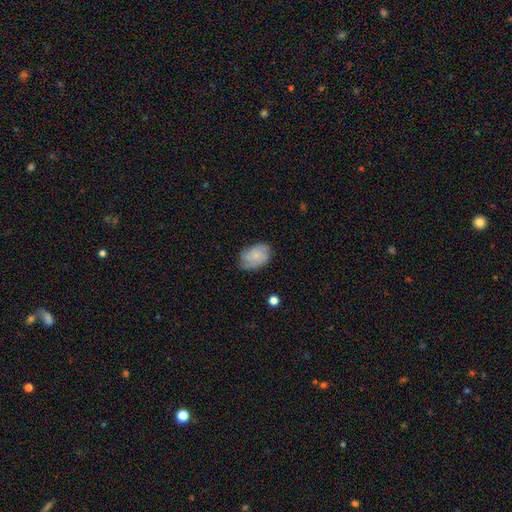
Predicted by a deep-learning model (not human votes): Morphology: type=smooth (54%); roundness=in between (84%); merging=none (67%).